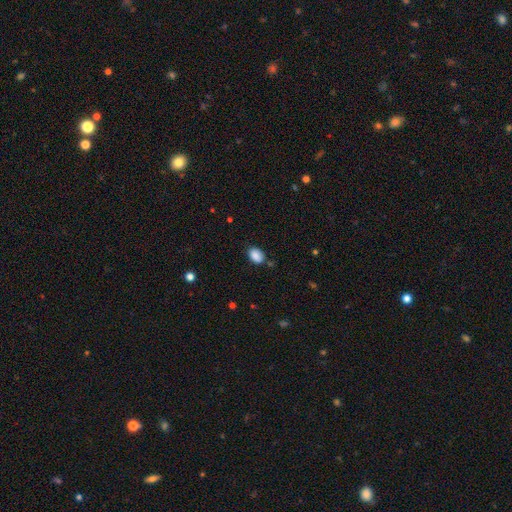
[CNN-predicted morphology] A smooth galaxy with no disk features (87%) that is in between round and cigar-shaped (79%). Merging: none (75%).